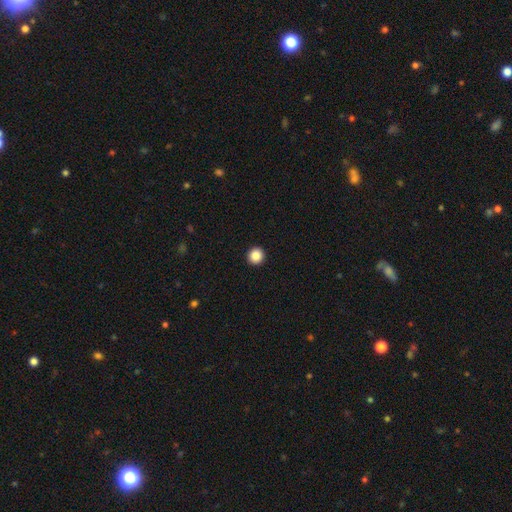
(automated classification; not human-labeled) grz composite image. It shows a smooth galaxy with no disk features (87%) that is round (95%). Merging: none (94%).